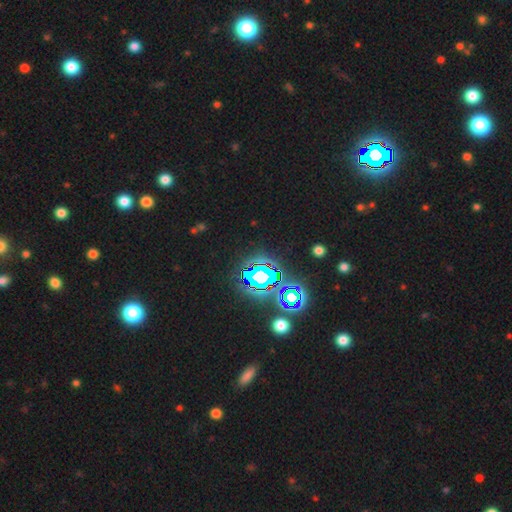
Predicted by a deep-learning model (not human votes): Smooth or featured: star or artifact — 82% (smooth — 11%)